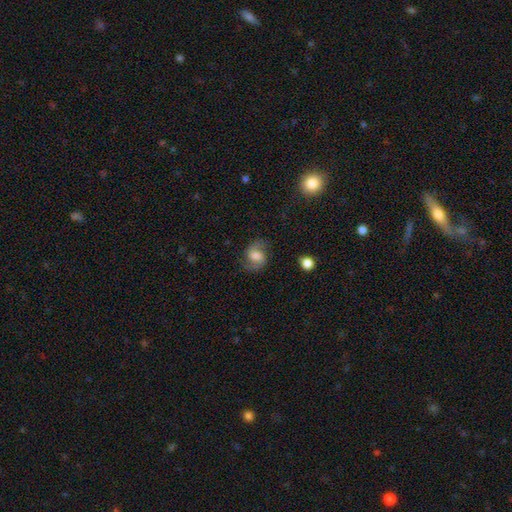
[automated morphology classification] The model was most divided on "bar": no: 45%, weak: 43%, strong: 12%. Remaining: edge-on disk — no (97%); spiral arms — yes (88%); merging — none (71%); smooth or featured — featured or disk (53%); bulge size — moderate (41%).